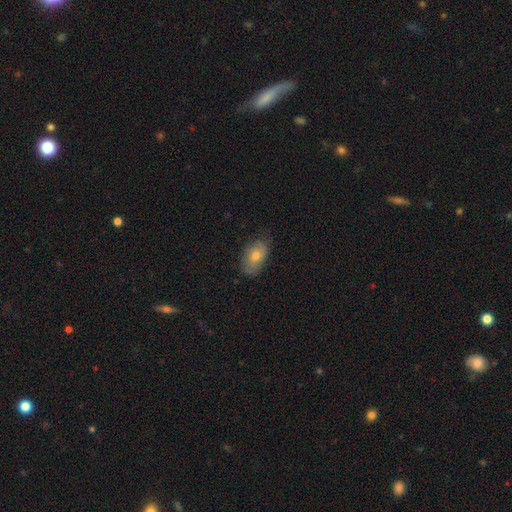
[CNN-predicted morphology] This is likely a smooth galaxy (67%). How rounded: clearly in between (90%). Merging: likely none (71%).